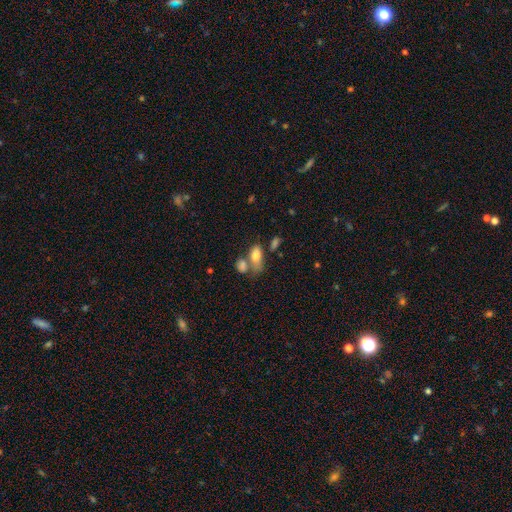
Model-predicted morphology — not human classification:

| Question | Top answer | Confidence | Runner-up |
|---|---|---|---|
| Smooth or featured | smooth | 76% | featured or disk (15%) |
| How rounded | in between | 87% | round (7%) |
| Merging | none | 39% | tied: merger (39%) |